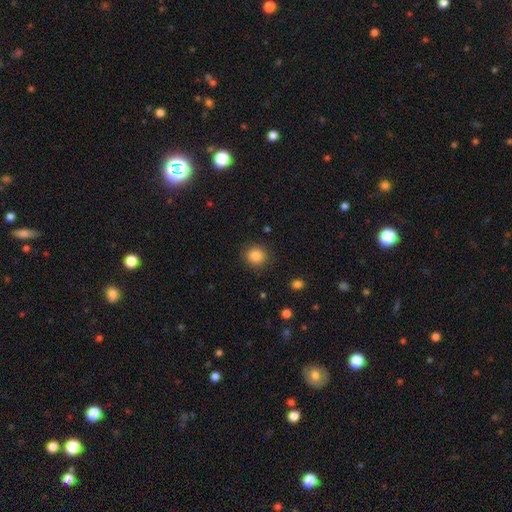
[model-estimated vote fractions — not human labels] Q: Smooth or featured?
A: smooth (84%); runner-up: star or artifact (11%)
Q: How rounded?
A: round (88%); runner-up: in between (11%)
Q: Merging?
A: none (88%); runner-up: minor disturbance (8%)